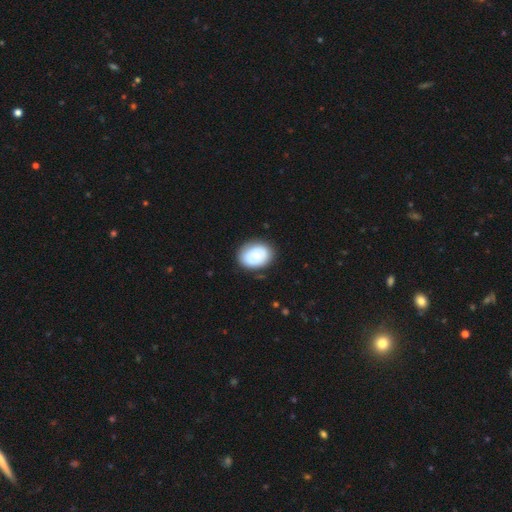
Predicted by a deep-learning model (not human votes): Morphology: type=smooth (69%); roundness=in between (69%); merging=none (82%).